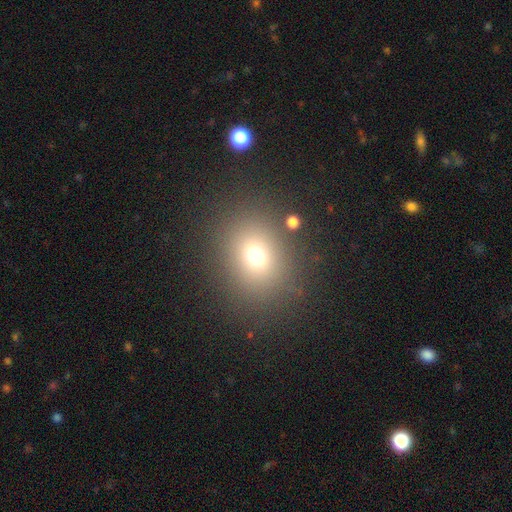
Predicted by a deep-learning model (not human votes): Smooth or featured? Predicted: smooth (p=0.70). How rounded? Predicted: round (p=0.67). Merging? Predicted: none (p=0.84).